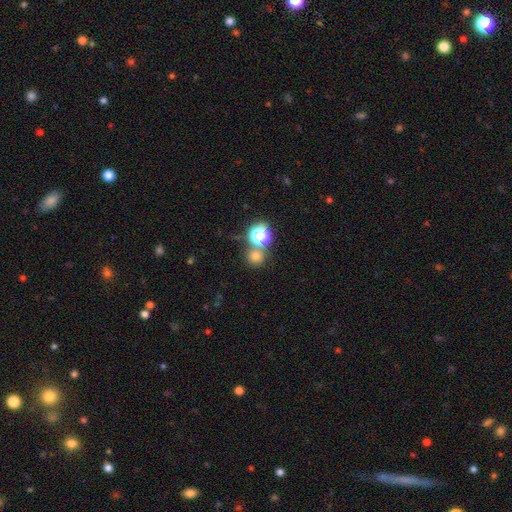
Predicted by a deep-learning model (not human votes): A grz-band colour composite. It shows a smooth galaxy with no disk features (69%) that is round (90%). Merging: none (66%).